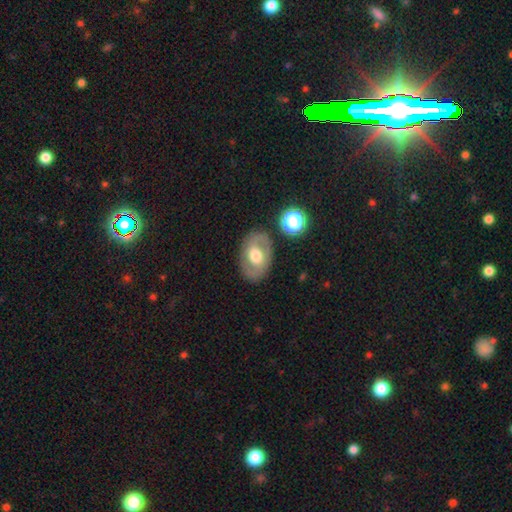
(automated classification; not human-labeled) Smooth or featured? Predicted: featured or disk (p=0.51). Edge-on disk? Predicted: no (p=0.92). Merging? Predicted: none (p=0.81).